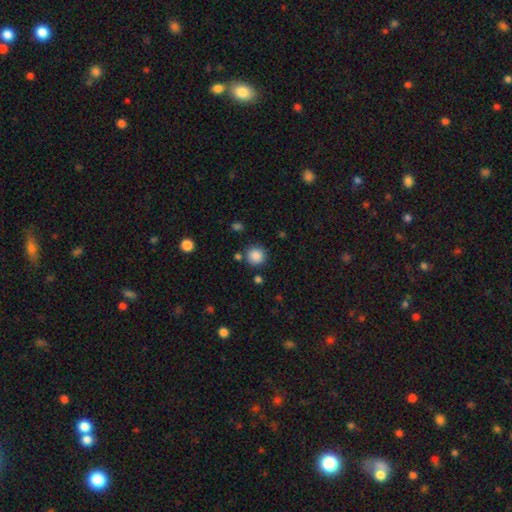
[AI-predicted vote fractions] A smooth galaxy with no disk features (87%) that is round (94%).

Vote fractions:
- Smooth or featured? smooth: 87% / star or artifact: 10% / featured or disk: 3%
- How rounded? round: 94% / in between: 5% / cigar-shaped: 1%
- Merging? none: 85% / minor disturbance: 8% / merger: 4% / major disturbance: 3%